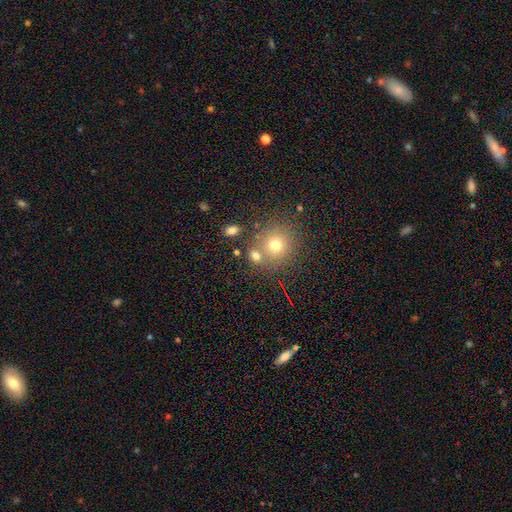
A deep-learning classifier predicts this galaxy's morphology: This is likely a smooth galaxy (69%). How rounded: likely round (68%). Merging: possibly none (59%).